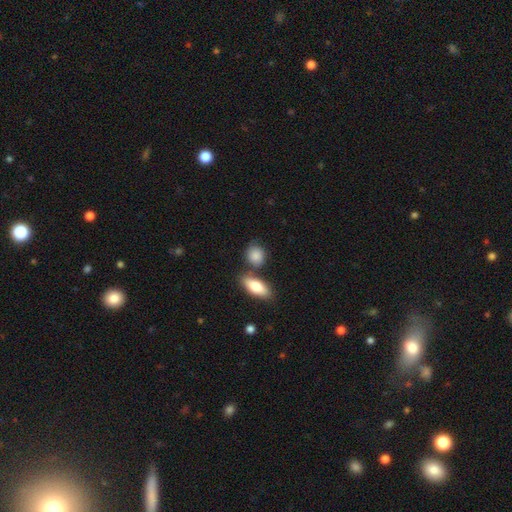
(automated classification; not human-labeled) This appears to be a smooth galaxy with no disk features (85%) that is round (56%). Merging: none (65%).